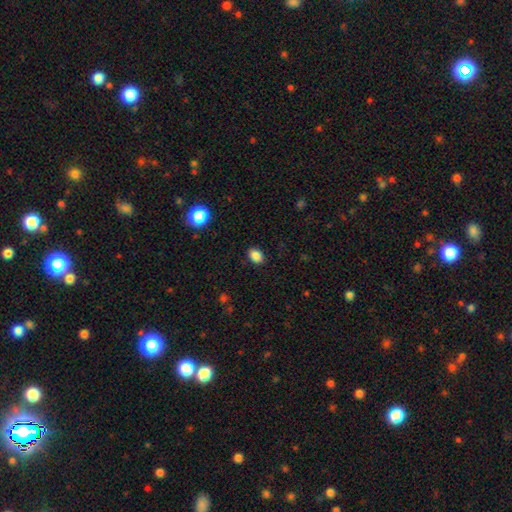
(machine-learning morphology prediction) smooth_or_featured: smooth (p=0.86) [alt: star or artifact p=0.11]
how_rounded: in between (p=0.70) [alt: round p=0.29]
merging: none (p=0.88) [alt: minor disturbance p=0.09]